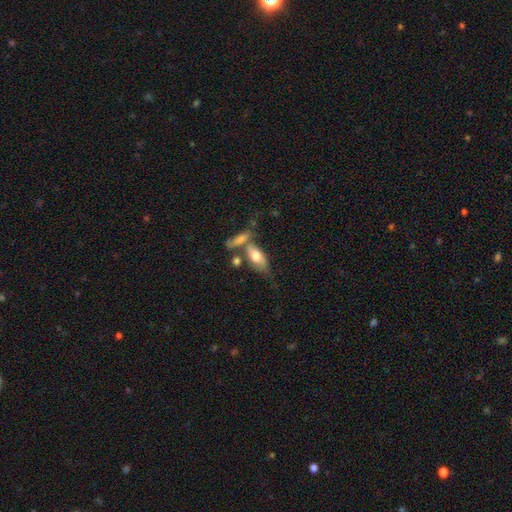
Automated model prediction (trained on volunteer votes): Smooth or featured? Predicted: smooth (p=0.65). How rounded? Predicted: in between (p=0.84). Merging? Predicted: none (p=0.38).